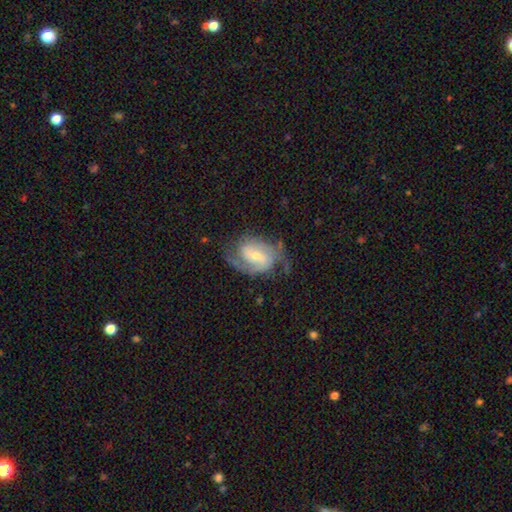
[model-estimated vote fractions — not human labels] The model was most divided on "bulge size": small: 51%, moderate: 43%, large: 3%, none: 2%, dominant: 1%. Remaining: edge-on disk — no (97%); spiral arms — yes (95%); smooth or featured — featured or disk (83%); spiral arm count — 2 (78%); merging — none (65%); spiral winding — medium (48%); bar — weak (47%).